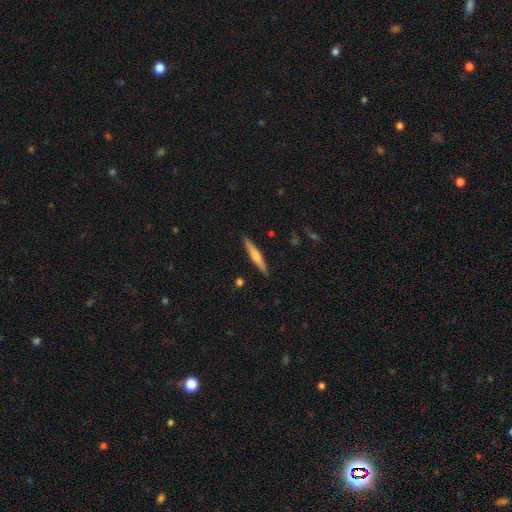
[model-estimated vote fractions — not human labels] smooth 51%, featured or disk 44%, star or artifact 6%. Down the decision tree: how rounded — cigar-shaped (93%); merging — none (90%).